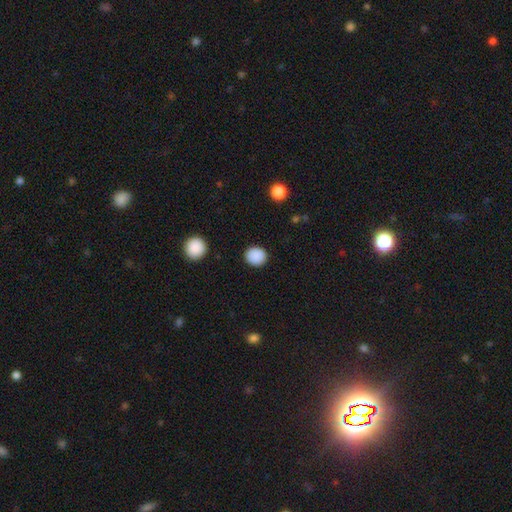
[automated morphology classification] Smooth or featured?
  - smooth: 89% *
  - star or artifact: 9%
  - featured or disk: 3%
How rounded?
  - round: 86% *
  - in between: 13%
  - cigar-shaped: 1%
Merging?
  - none: 90% *
  - minor disturbance: 6%
  - major disturbance: 2%
  - merger: 1%